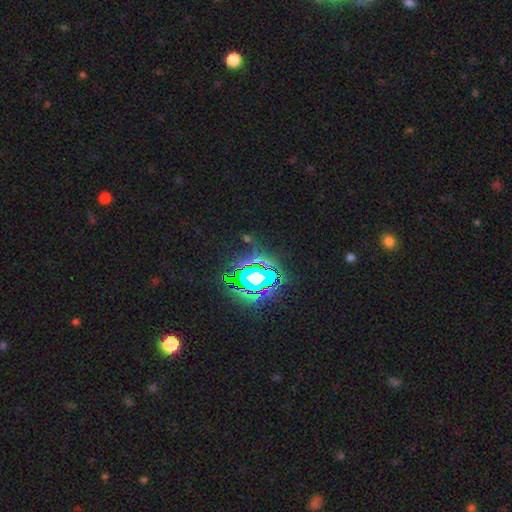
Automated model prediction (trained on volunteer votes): Smooth or featured: star or artifact — 81% (smooth — 11%)